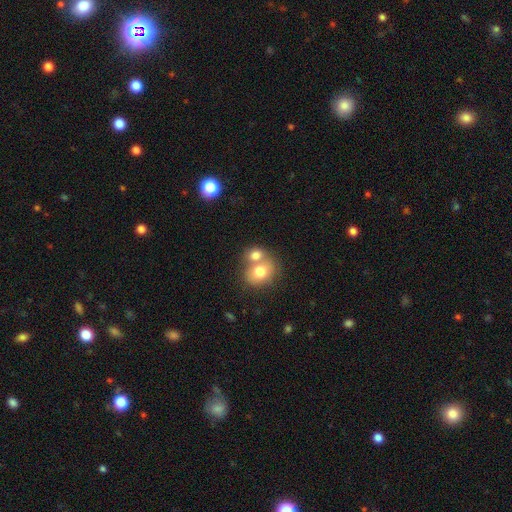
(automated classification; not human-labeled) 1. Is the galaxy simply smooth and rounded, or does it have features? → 75% smooth, 16% featured or disk, 9% star or artifact.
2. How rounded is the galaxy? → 56% round, 43% in between, 1% cigar-shaped.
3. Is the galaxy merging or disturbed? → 62% merger, 28% none, 7% minor disturbance, 3% major disturbance.